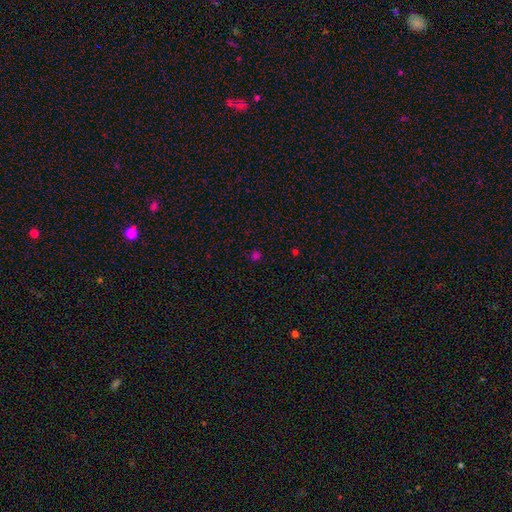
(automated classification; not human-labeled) smooth 62%, star or artifact 33%, featured or disk 5%. Down the decision tree: how rounded — round (86%); merging — none (85%).